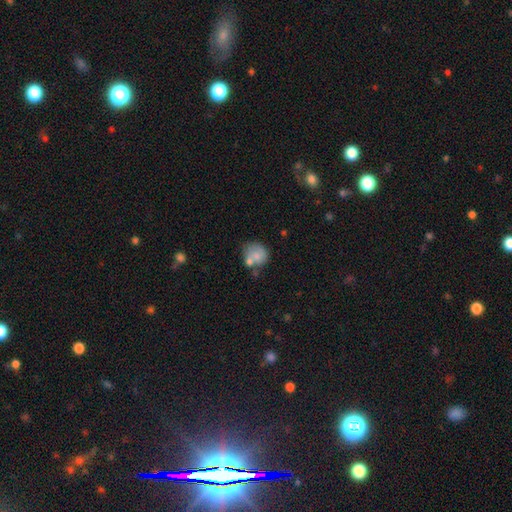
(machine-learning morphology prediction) Q: Smooth or featured?
A: smooth (73%); runner-up: featured or disk (18%)
Q: How rounded?
A: round (75%); runner-up: in between (24%)
Q: Merging?
A: none (43%); runner-up: merger (28%)